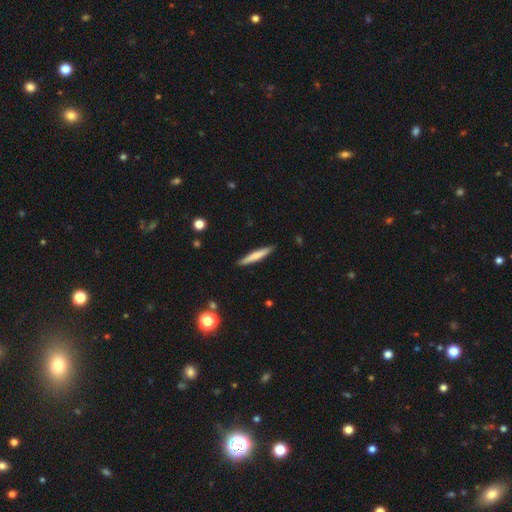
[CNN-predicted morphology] The model was most divided on "smooth or featured": smooth: 67%, featured or disk: 27%, star or artifact: 5%. More confident: how rounded — cigar-shaped (94%); merging — none (90%).